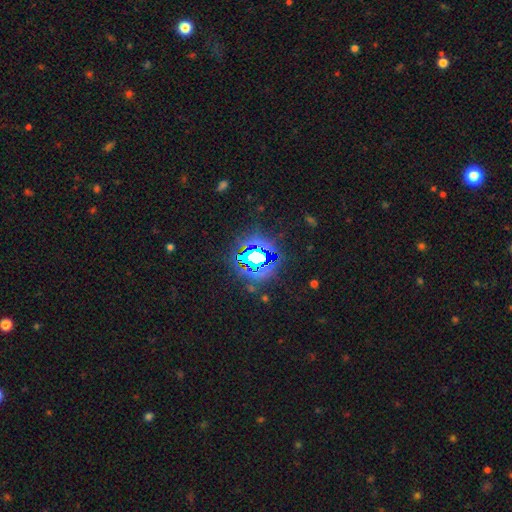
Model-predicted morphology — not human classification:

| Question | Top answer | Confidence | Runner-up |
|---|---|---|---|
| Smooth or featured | star or artifact | 74% | smooth (14%) |